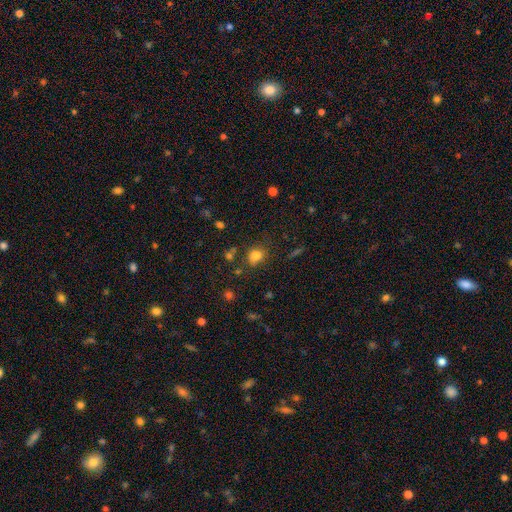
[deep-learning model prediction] Morphology: type=smooth (77%); roundness=round (58%); merging=none (67%).